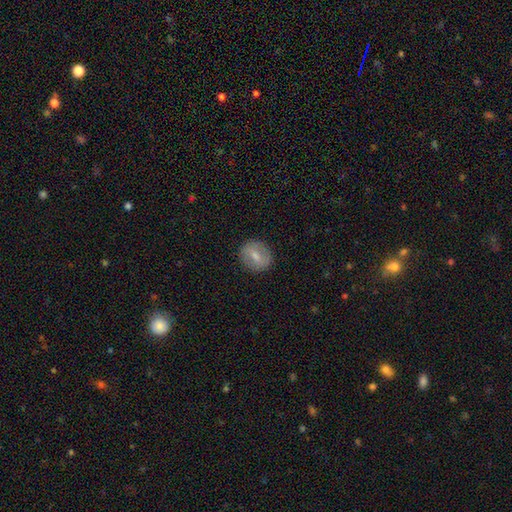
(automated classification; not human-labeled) Smooth or featured? smooth (59%)
How rounded? round (78%)
Merging? none (88%)